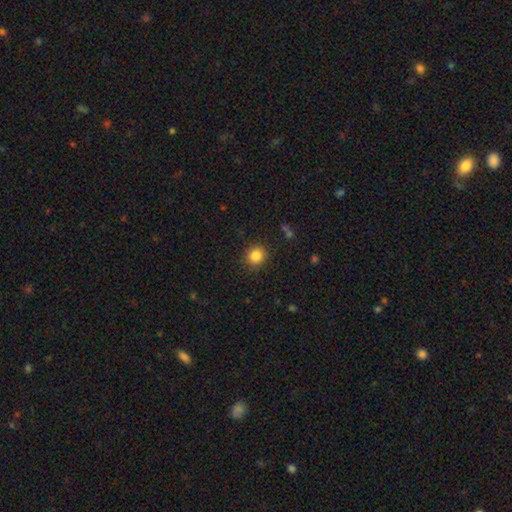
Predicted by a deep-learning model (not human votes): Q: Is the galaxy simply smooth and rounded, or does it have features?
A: smooth — 85%.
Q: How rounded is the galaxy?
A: round — 88%.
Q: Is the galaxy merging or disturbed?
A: none — 89%.